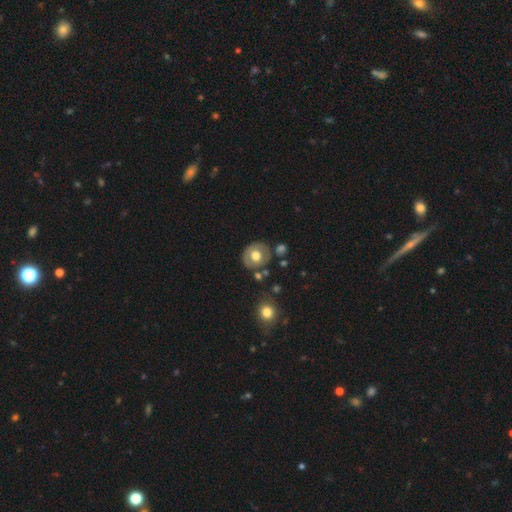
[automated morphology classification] Smooth or featured: smooth — 55% (featured or disk — 37%)
How rounded: round — 80% (in between — 19%)
Merging: none — 76% (minor disturbance — 13%)